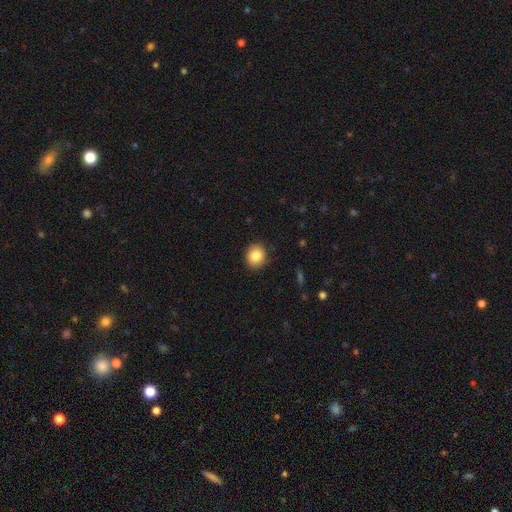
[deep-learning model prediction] A smooth galaxy with no disk features (84%) that is round (81%).

Vote fractions:
- Smooth or featured? smooth: 84% / star or artifact: 9% / featured or disk: 7%
- How rounded? round: 81% / in between: 18% / cigar-shaped: 1%
- Merging? none: 87% / minor disturbance: 10% / major disturbance: 2% / merger: 1%